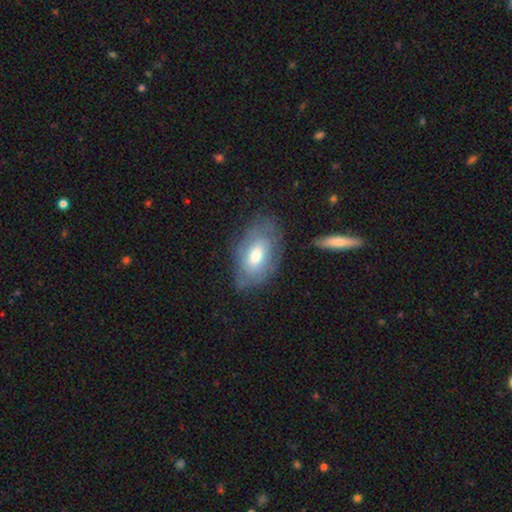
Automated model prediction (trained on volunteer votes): This appears to be a smooth galaxy with no disk features (48%). Merging: none (66%).